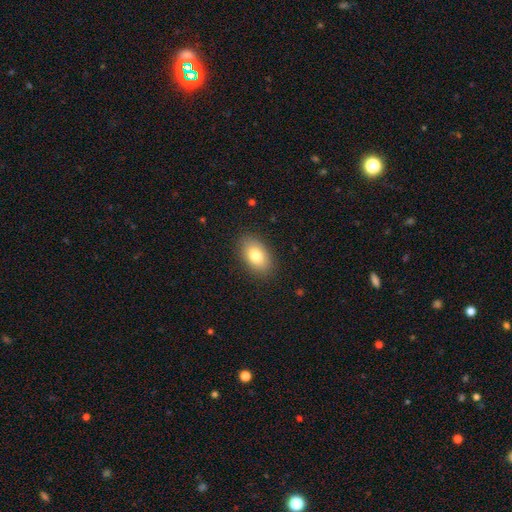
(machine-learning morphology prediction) Smooth or featured? Predicted: smooth (p=0.79). How rounded? Predicted: in between (p=0.89). Merging? Predicted: none (p=0.87).